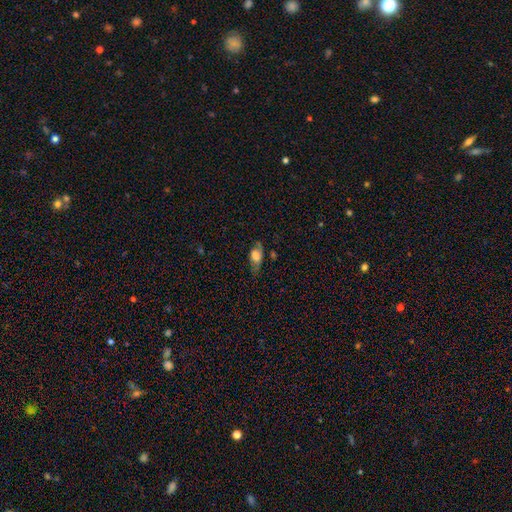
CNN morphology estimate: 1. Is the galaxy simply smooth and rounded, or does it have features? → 61% smooth, 30% featured or disk, 9% star or artifact.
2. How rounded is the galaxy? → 82% in between, 12% cigar-shaped, 7% round.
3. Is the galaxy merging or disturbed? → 59% none, 27% minor disturbance, 12% major disturbance, 2% merger.